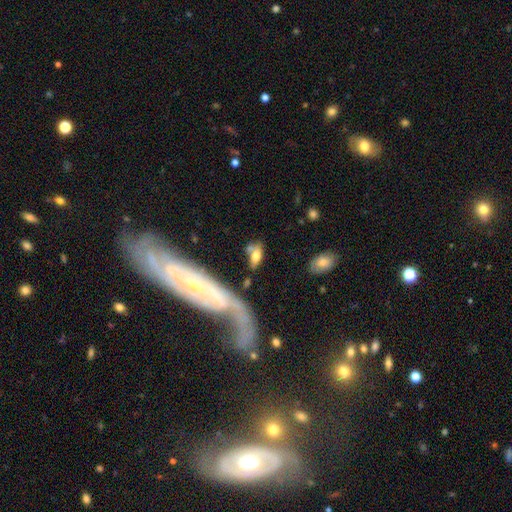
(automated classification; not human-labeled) Smooth or featured? Predicted: smooth (p=0.64). How rounded? Predicted: in between (p=0.78). Merging? Predicted: none (p=0.55).